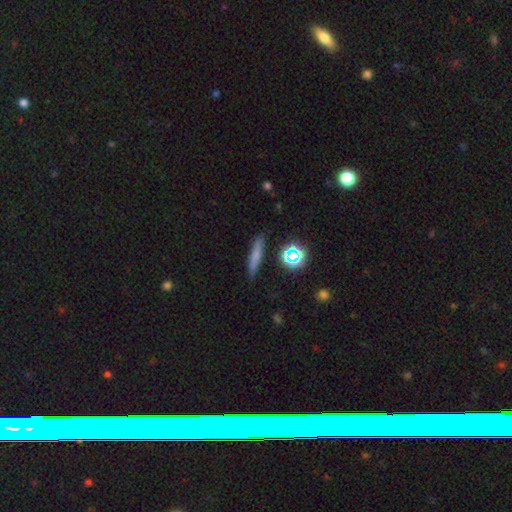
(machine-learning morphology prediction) This appears to be a smooth galaxy with no disk features (68%) that is cigar-shaped (85%). Merging: none (84%).